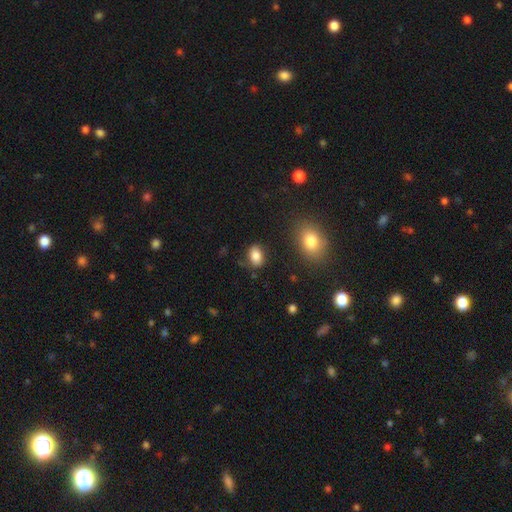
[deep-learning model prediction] smooth-or-featured: smooth: 85% | star or artifact: 9% | featured or disk: 6%
  how-rounded: in between: 78% | round: 21% | cigar-shaped: 1%
  merging: none: 80% | minor disturbance: 14% | major disturbance: 4% | merger: 3%